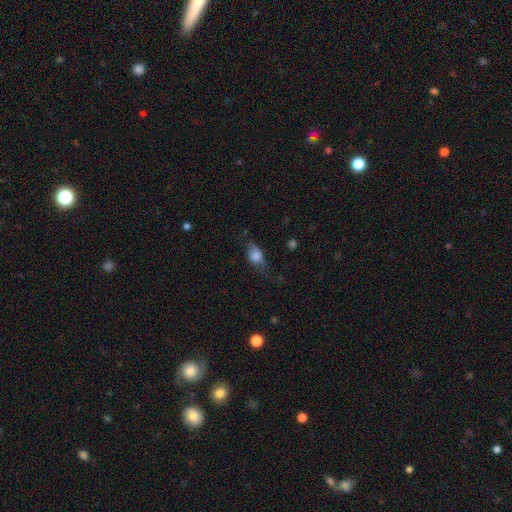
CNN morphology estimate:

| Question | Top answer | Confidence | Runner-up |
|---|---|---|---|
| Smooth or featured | smooth | 74% | featured or disk (17%) |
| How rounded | in between | 78% | round (17%) |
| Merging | none | 55% | minor disturbance (30%) |